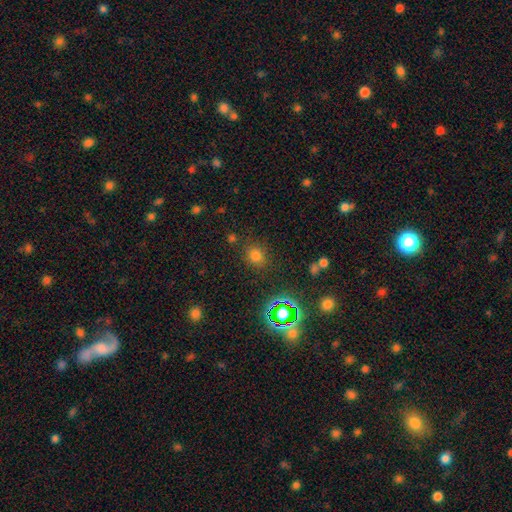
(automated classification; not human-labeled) smooth_or_featured: smooth (p=0.69) [alt: star or artifact p=0.24]
how_rounded: round (p=0.75) [alt: in between p=0.24]
merging: none (p=0.82) [alt: minor disturbance p=0.10]